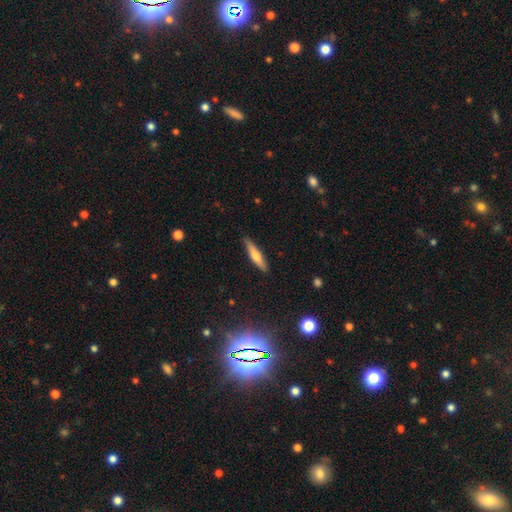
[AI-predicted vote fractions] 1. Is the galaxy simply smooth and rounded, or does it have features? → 59% smooth, 34% featured or disk, 6% star or artifact.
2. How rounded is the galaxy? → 84% cigar-shaped, 14% in between, 2% round.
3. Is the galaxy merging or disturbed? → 88% none, 9% minor disturbance, 2% major disturbance, 1% merger.